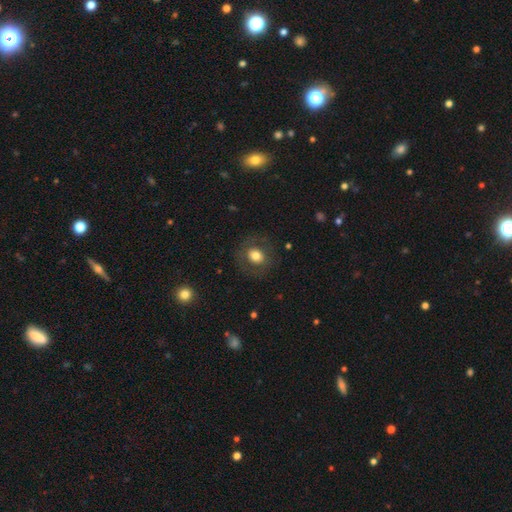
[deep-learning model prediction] The model was most divided on "smooth or featured": smooth: 68%, featured or disk: 23%, star or artifact: 9%. More confident: merging — none (81%); how rounded — round (73%).